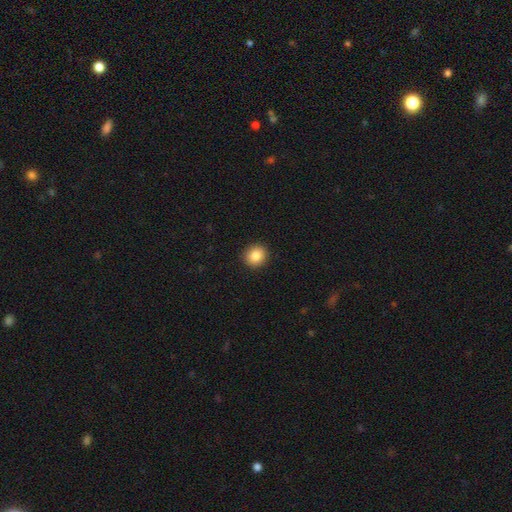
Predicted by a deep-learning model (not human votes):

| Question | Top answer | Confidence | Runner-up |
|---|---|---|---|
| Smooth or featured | smooth | 85% | star or artifact (9%) |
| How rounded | round | 86% | in between (13%) |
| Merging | none | 92% | minor disturbance (6%) |